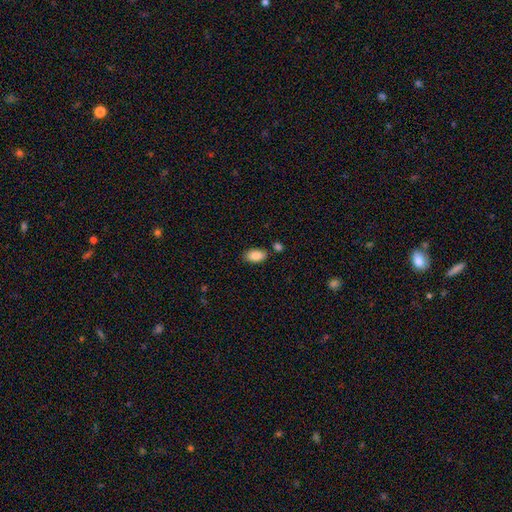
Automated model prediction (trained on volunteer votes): Smooth or featured? Predicted: smooth (p=0.88). How rounded? Predicted: in between (p=0.93). Merging? Predicted: none (p=0.79).